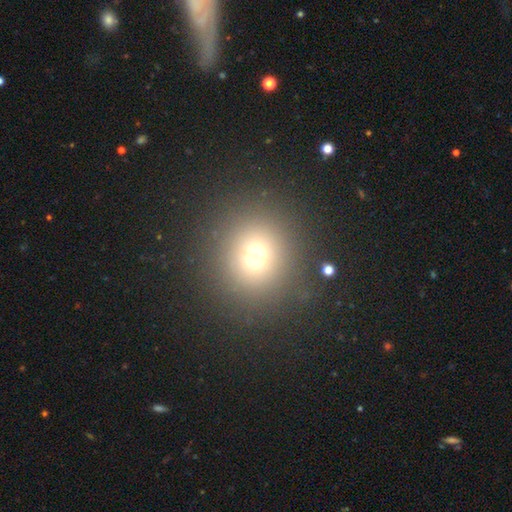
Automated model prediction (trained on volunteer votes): Q: Smooth or featured?
A: smooth (68%); runner-up: star or artifact (22%)
Q: How rounded?
A: round (89%); runner-up: in between (10%)
Q: Merging?
A: none (85%); runner-up: minor disturbance (7%)